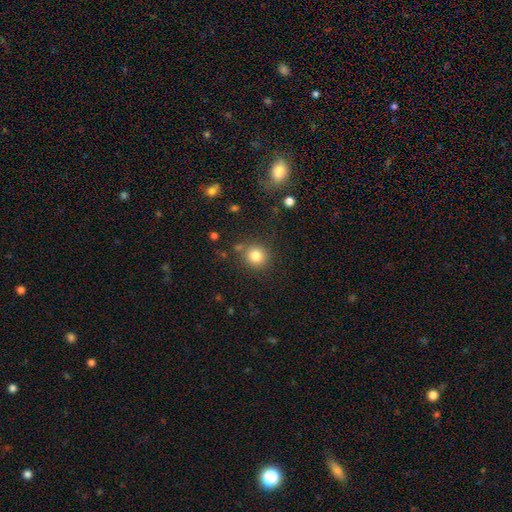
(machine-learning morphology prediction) Smooth or featured? Predicted: smooth (p=0.82). How rounded? Predicted: round (p=0.88). Merging? Predicted: none (p=0.80).